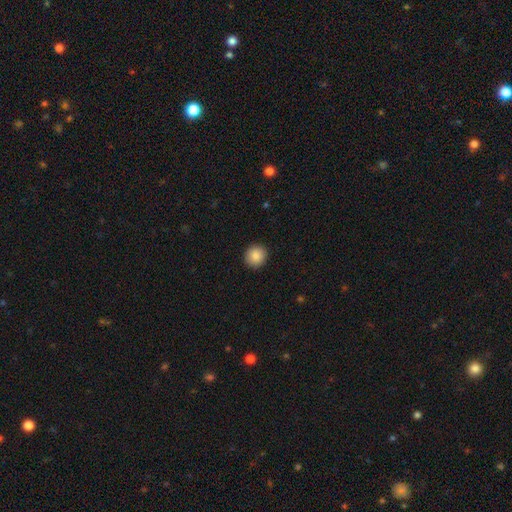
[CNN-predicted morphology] A smooth galaxy with no disk features (87%) that is round (90%).

Vote fractions:
- Smooth or featured? smooth: 87% / star or artifact: 8% / featured or disk: 4%
- How rounded? round: 90% / in between: 9% / cigar-shaped: 1%
- Merging? none: 92% / minor disturbance: 6% / major disturbance: 2% / merger: 1%